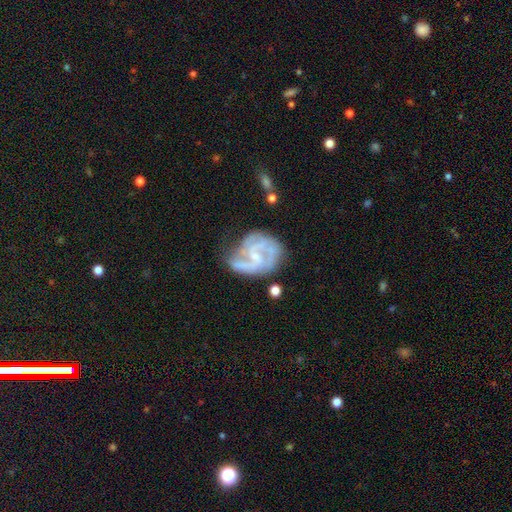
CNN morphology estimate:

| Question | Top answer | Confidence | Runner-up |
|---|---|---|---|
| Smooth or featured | featured or disk | 85% | smooth (9%) |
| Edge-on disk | no | 98% | yes (2%) |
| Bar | no | 45% | weak (44%) |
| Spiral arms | yes | 94% | no (6%) |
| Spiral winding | medium | 48% | tight (36%) |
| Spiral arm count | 3 | 35% | 2 (34%) |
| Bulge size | small | 69% | moderate (20%) |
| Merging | none | 49% | minor disturbance (28%) |